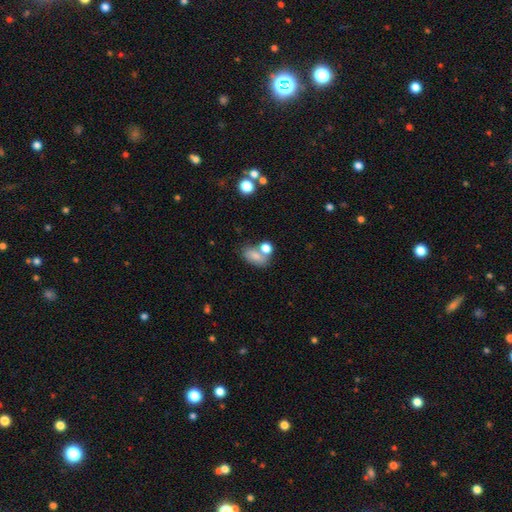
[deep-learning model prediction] This appears to be a smooth galaxy with no disk features (75%) that is in between round and cigar-shaped (80%). Merging: none (42%).